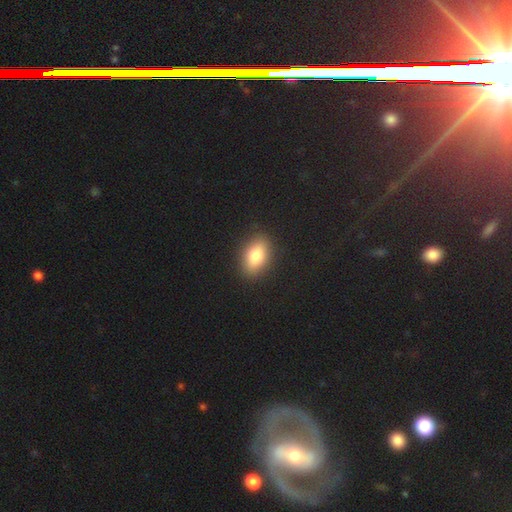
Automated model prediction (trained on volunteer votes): This appears to be a smooth galaxy with no disk features (82%) that is in between round and cigar-shaped (85%). Merging: none (89%).